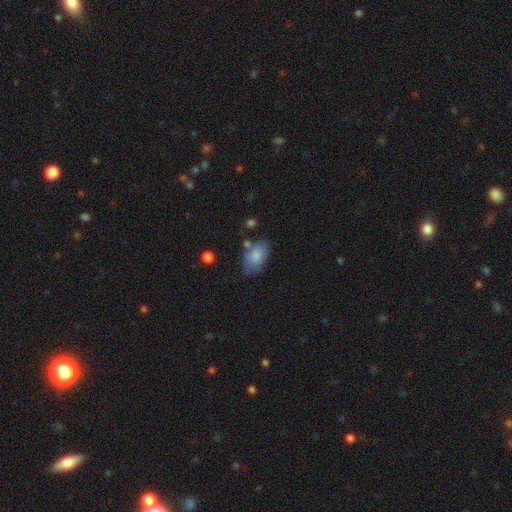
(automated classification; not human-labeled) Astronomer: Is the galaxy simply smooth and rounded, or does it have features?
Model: smooth — 81%.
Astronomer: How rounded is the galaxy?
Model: in between — 87%.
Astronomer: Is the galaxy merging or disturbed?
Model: none — 56%.